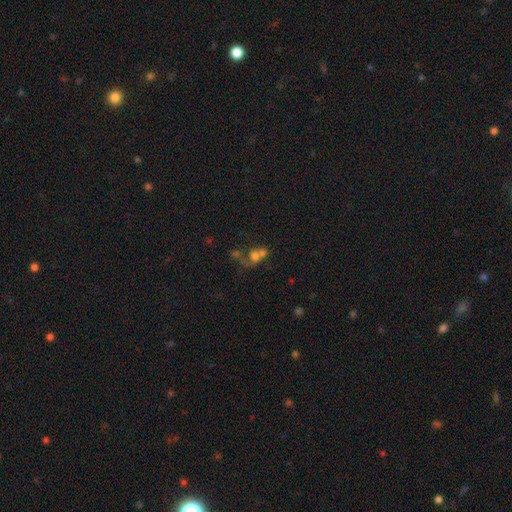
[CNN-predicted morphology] smooth-or-featured: smooth: 58% | featured or disk: 25% | star or artifact: 17%
  how-rounded: round: 69% | in between: 30% | cigar-shaped: 2%
  merging: merger: 64% | none: 21% | major disturbance: 8% | minor disturbance: 6%